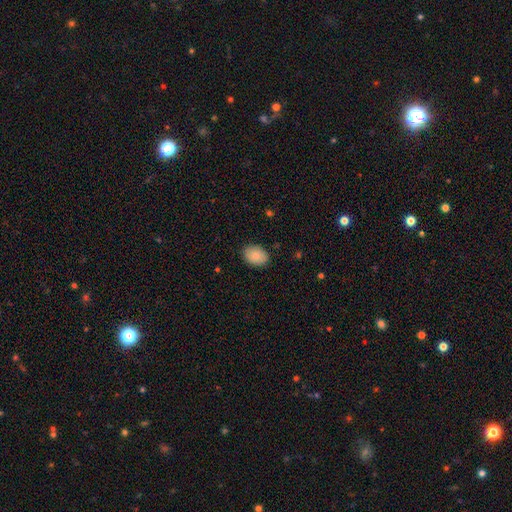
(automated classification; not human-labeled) Morphology: type=smooth (86%); roundness=in between (76%); merging=none (86%).